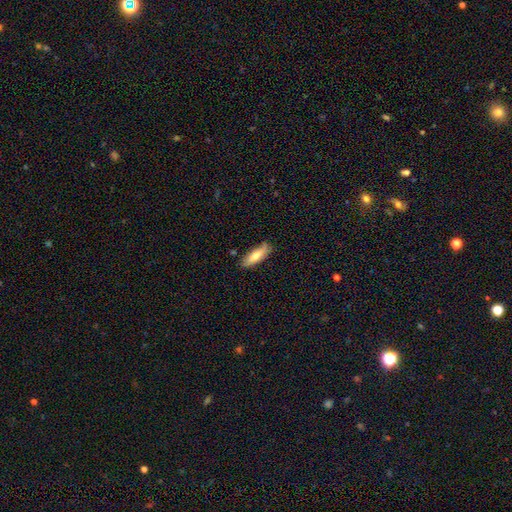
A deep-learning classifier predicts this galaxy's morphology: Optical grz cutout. It shows a smooth galaxy with no disk features (73%) that is cigar-shaped (52%). Merging: none (83%).